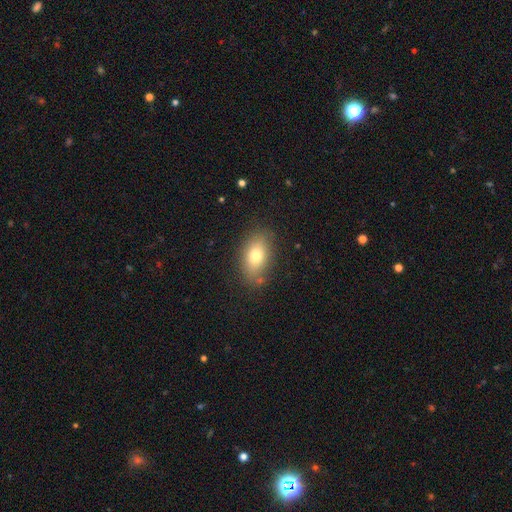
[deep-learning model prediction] smooth_or_featured: smooth (p=0.74) [alt: featured or disk p=0.16]
how_rounded: in between (p=0.87) [alt: round p=0.10]
merging: none (p=0.80) [alt: minor disturbance p=0.14]